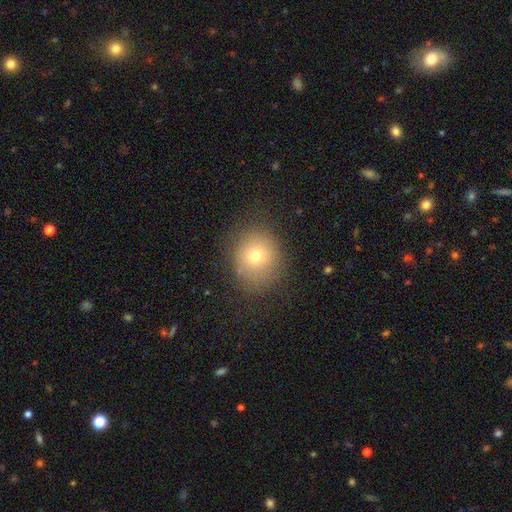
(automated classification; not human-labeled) A smooth galaxy with no disk features (71%) that is round (80%). Merging: none (80%).